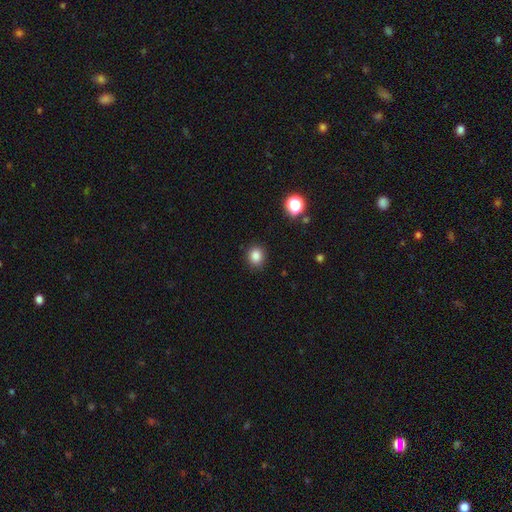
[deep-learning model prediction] smooth_or_featured: smooth (p=0.85) [alt: star or artifact p=0.12]
how_rounded: round (p=0.75) [alt: in between p=0.24]
merging: none (p=0.88) [alt: minor disturbance p=0.09]